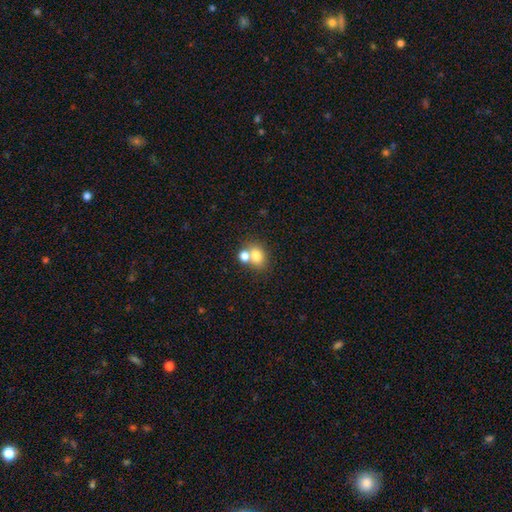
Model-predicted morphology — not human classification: type=smooth (76%); roundness=round (53%); merging=none (44%, tied with merger).